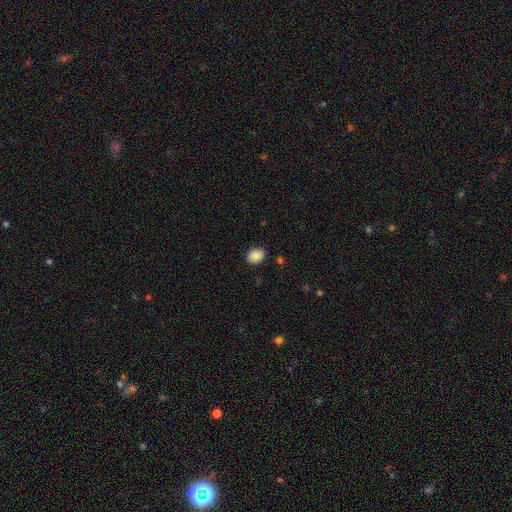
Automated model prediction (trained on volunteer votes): smooth 87%, star or artifact 8%, featured or disk 5%. Down the decision tree: how rounded — in between (67%); merging — none (88%).